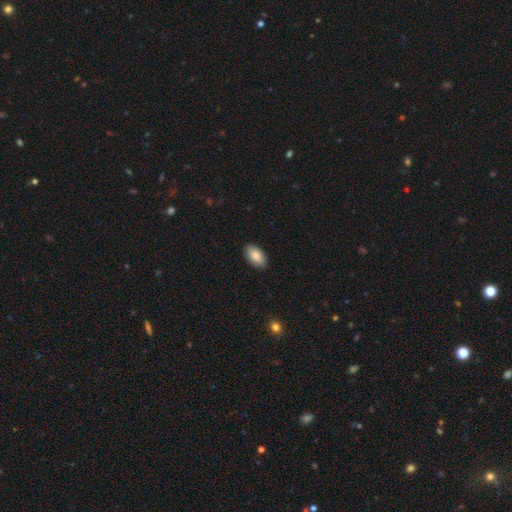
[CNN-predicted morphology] Smooth or featured? Predicted: smooth (p=0.88). How rounded? Predicted: in between (p=0.94). Merging? Predicted: none (p=0.89).